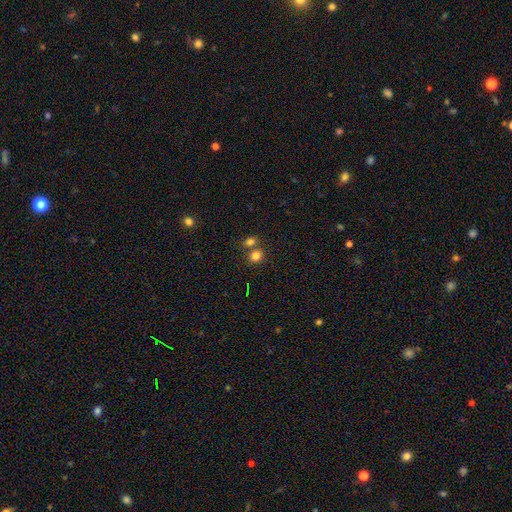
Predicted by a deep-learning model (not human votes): Smooth or featured? Predicted: smooth (p=0.81). How rounded? Predicted: round (p=0.61). Merging? Predicted: none (p=0.56).